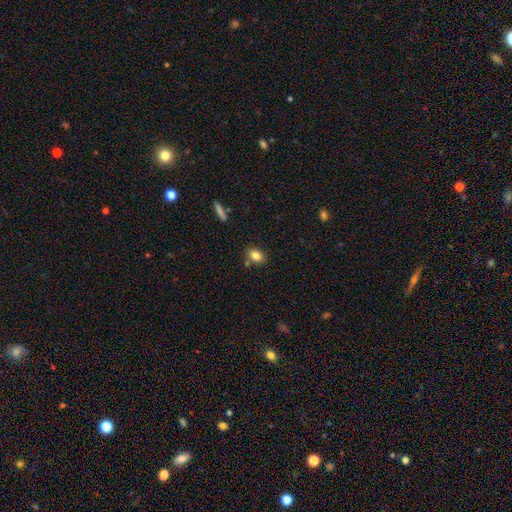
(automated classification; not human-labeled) Smooth or featured: smooth — 82% (star or artifact — 10%)
How rounded: in between — 69% (round — 30%)
Merging: none — 78% (minor disturbance — 12%)